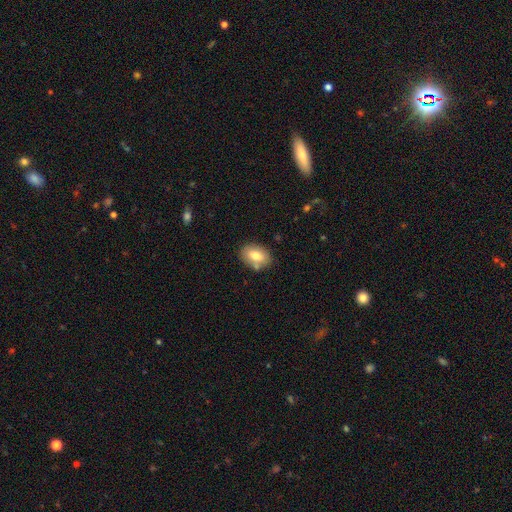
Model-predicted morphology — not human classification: type=smooth (78%); roundness=in between (86%); merging=none (78%).